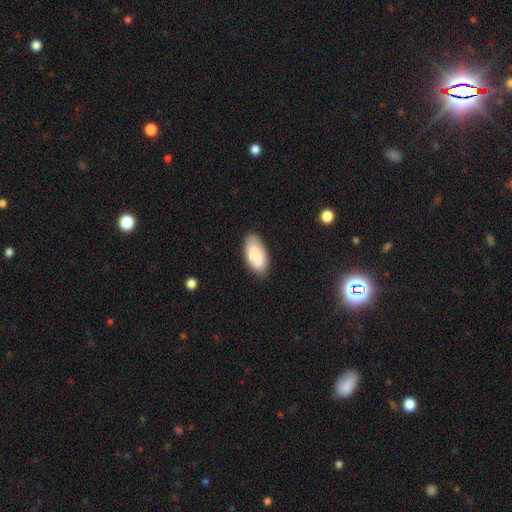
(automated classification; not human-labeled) Morphology: type=smooth (87%); roundness=in between (94%); merging=none (82%).